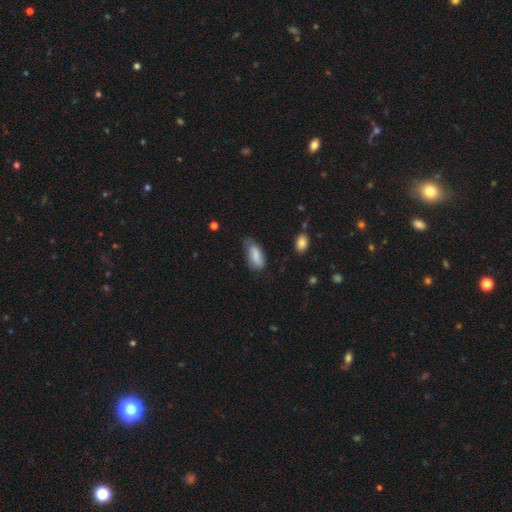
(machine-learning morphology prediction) smooth-or-featured: smooth: 81% | featured or disk: 12% | star or artifact: 7%
  how-rounded: in between: 87% | cigar-shaped: 11% | round: 2%
  merging: none: 53% | minor disturbance: 36% | major disturbance: 9% | merger: 2%